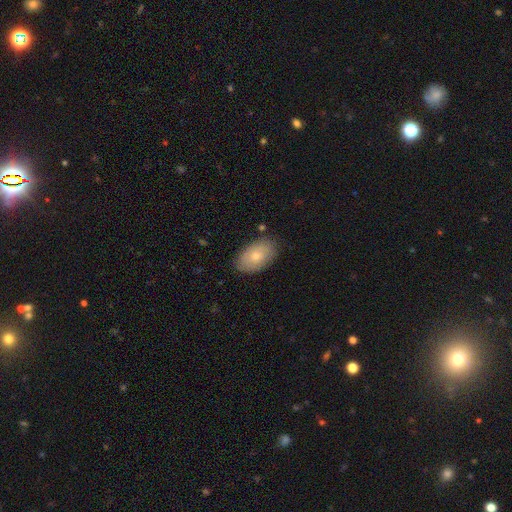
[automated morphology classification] smooth-or-featured: smooth: 68% | featured or disk: 26% | star or artifact: 6%
  how-rounded: in between: 92% | round: 6% | cigar-shaped: 1%
  merging: none: 81% | minor disturbance: 14% | major disturbance: 3% | merger: 2%